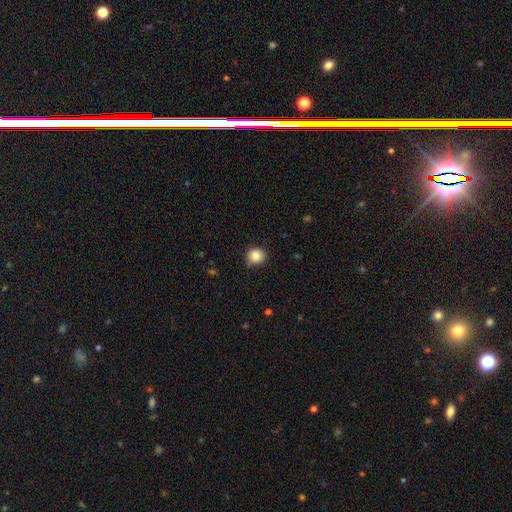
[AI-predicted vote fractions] Q: Smooth or featured?
A: smooth (86%); runner-up: star or artifact (9%)
Q: How rounded?
A: round (84%); runner-up: in between (15%)
Q: Merging?
A: none (84%); runner-up: minor disturbance (13%)